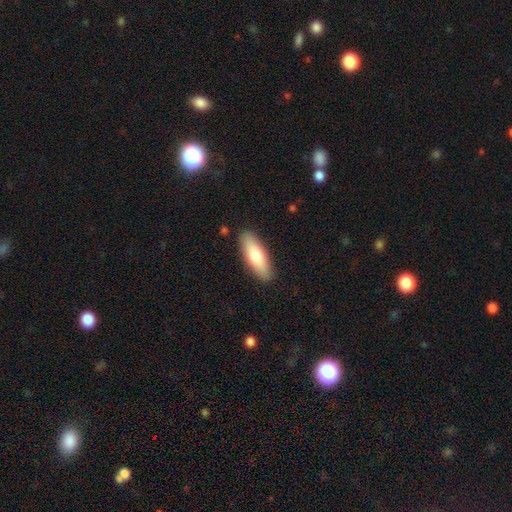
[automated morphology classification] type=smooth (75%); roundness=in between (56%); merging=none (88%).